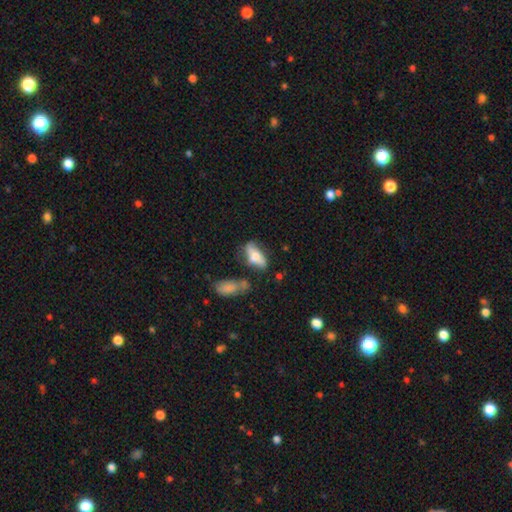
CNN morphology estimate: smooth 55%, featured or disk 37%, star or artifact 8%. Down the decision tree: how rounded — in between (77%); merging — none (51%).